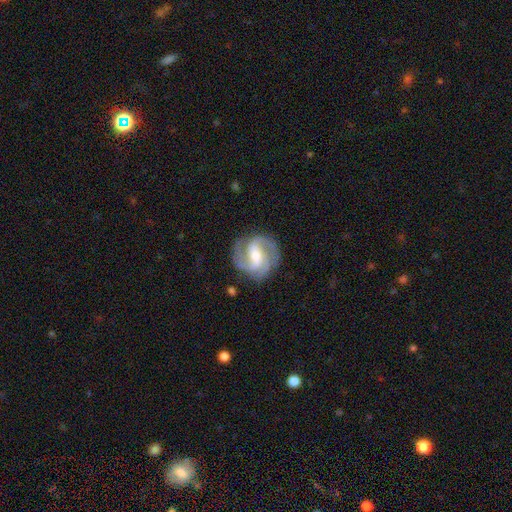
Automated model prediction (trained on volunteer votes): Smooth or featured? featured or disk (89%)
Edge-on disk? no (98%)
Bar? weak (46%)
Spiral arms? yes (98%)
Spiral winding? medium (51%)
Spiral arm count? 3 (55%)
Bulge size? moderate (52%)
Merging? none (80%)